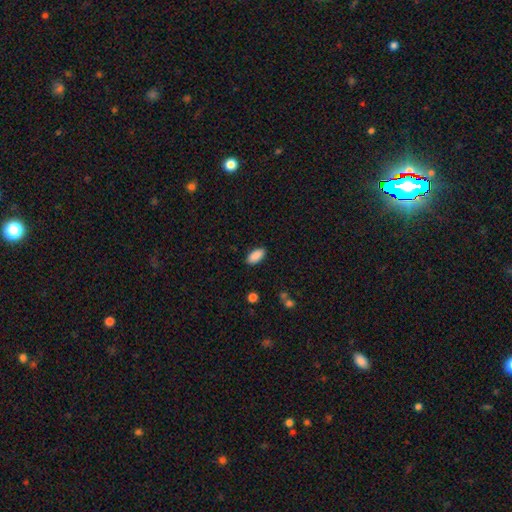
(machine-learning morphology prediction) This appears to be a smooth galaxy with no disk features (90%) that is in between round and cigar-shaped (92%). Merging: none (88%).